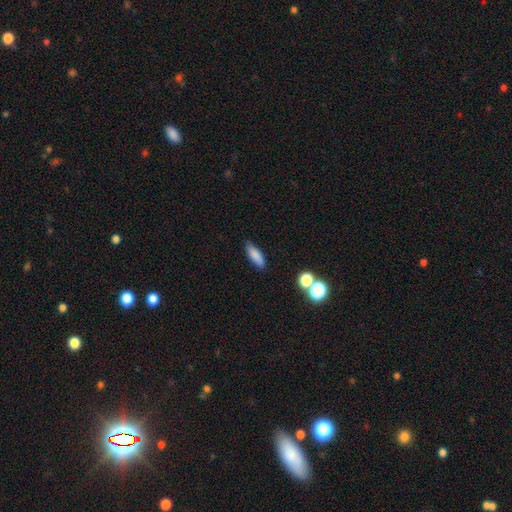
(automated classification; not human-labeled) smooth_or_featured: smooth (p=0.83) [alt: featured or disk p=0.09]
how_rounded: in between (p=0.53) [alt: cigar-shaped p=0.44]
merging: none (p=0.83) [alt: minor disturbance p=0.12]